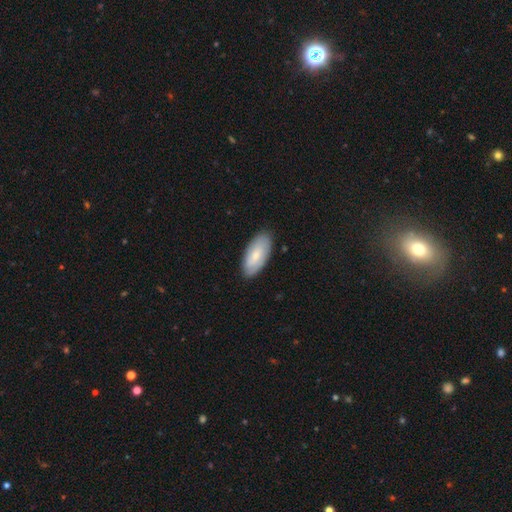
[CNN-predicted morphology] The model was most divided on "smooth or featured": smooth: 64%, featured or disk: 31%, star or artifact: 5%. More confident: how rounded — in between (91%); merging — none (85%).